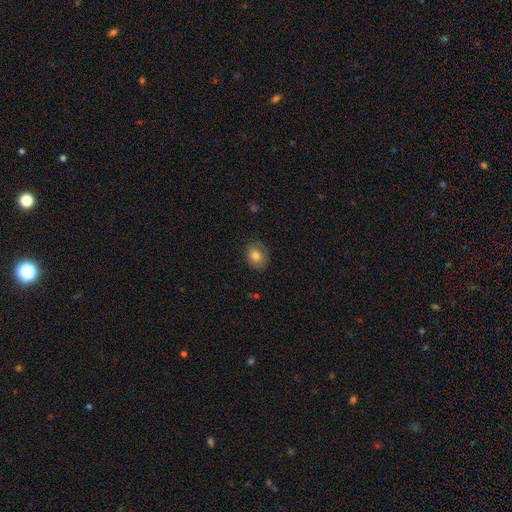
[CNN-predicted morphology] Smooth or featured? smooth (79%)
How rounded? in between (50%)
Merging? none (79%)